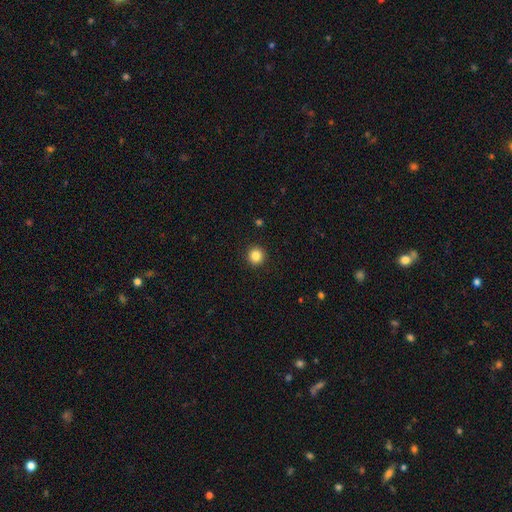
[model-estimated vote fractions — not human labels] The model was most divided on "smooth or featured": smooth: 85%, star or artifact: 10%, featured or disk: 4%. More confident: how rounded — round (93%); merging — none (93%).